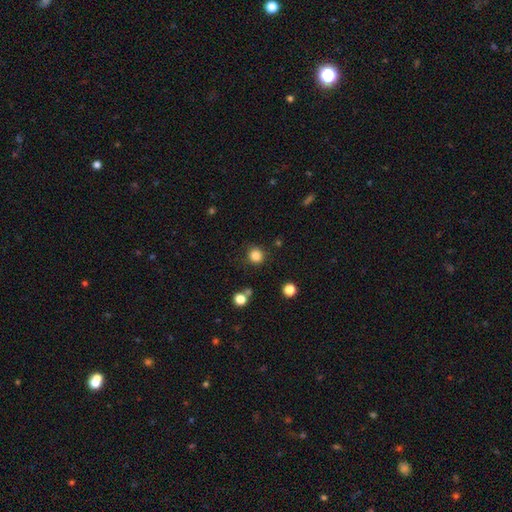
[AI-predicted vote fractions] smooth_or_featured: smooth (p=0.84) [alt: star or artifact p=0.12]
how_rounded: round (p=0.91) [alt: in between p=0.08]
merging: none (p=0.85) [alt: minor disturbance p=0.09]